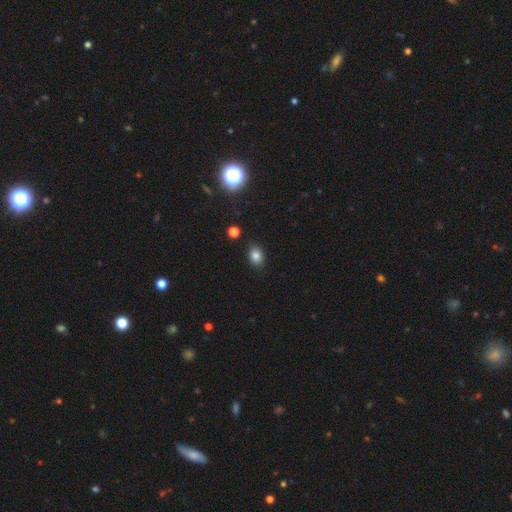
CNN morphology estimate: smooth-or-featured: smooth: 82% | star or artifact: 12% | featured or disk: 6%
  how-rounded: in between: 63% | round: 36% | cigar-shaped: 1%
  merging: none: 84% | minor disturbance: 11% | major disturbance: 3% | merger: 2%